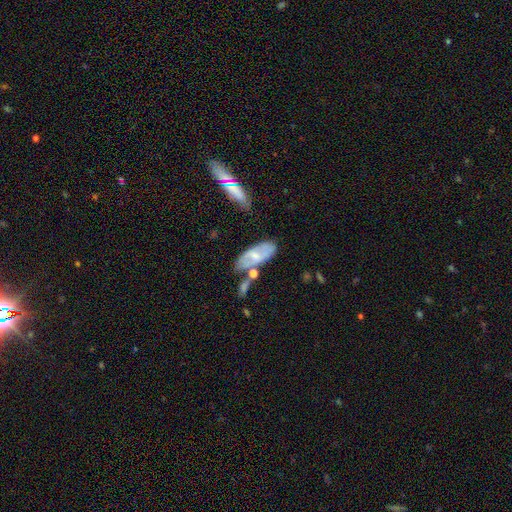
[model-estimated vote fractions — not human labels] featured or disk 51%, smooth 43%, star or artifact 7%. Down the decision tree: edge-on disk — no (85%); merging — none (58%).